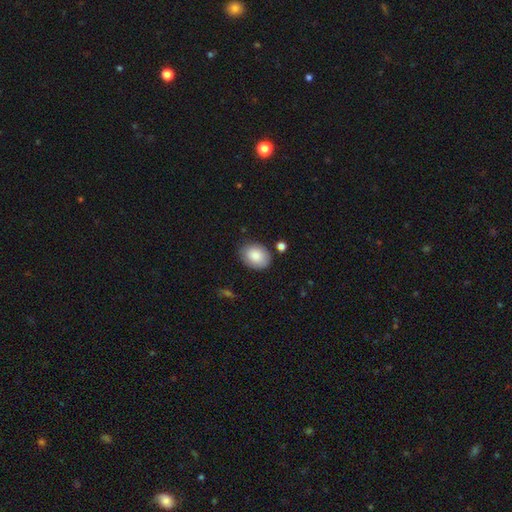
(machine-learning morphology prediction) A smooth galaxy with no disk features (85%) that is in between round and cigar-shaped (68%). Merging: none (80%).